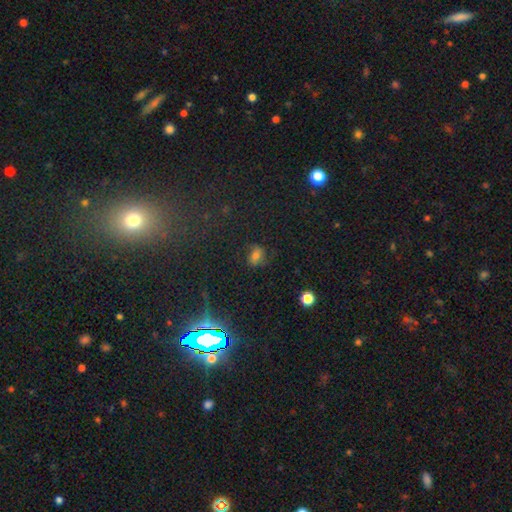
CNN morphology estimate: Overall: smooth (51%; star or artifact 27%). How rounded: in between (57%; round 41%). Merging: none (67%).